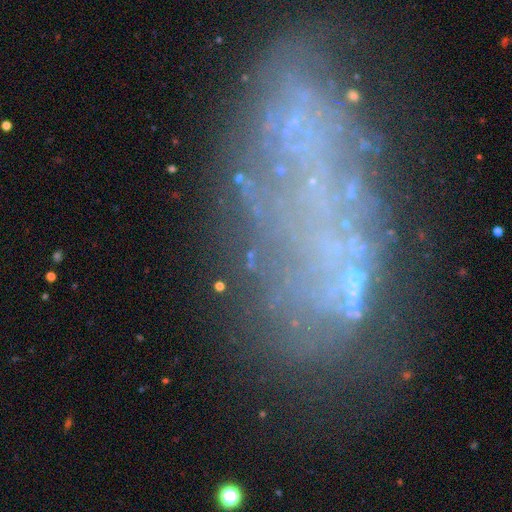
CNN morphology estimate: A featured or disk galaxy (43%). Merging: none (54%).